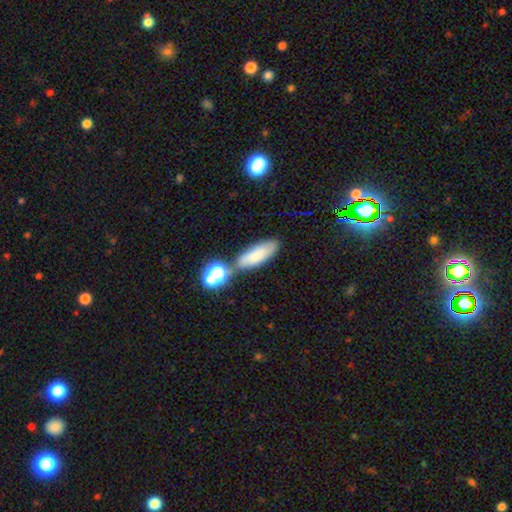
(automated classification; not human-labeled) This is likely a smooth galaxy (74%). How rounded: likely in between (65%). Merging: likely none (64%).